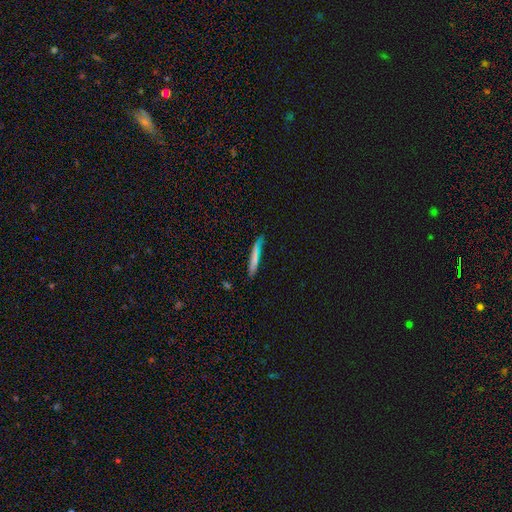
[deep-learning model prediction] Smooth or featured: smooth — 66% (featured or disk — 27%)
How rounded: cigar-shaped — 95% (in between — 4%)
Merging: none — 82% (minor disturbance — 13%)